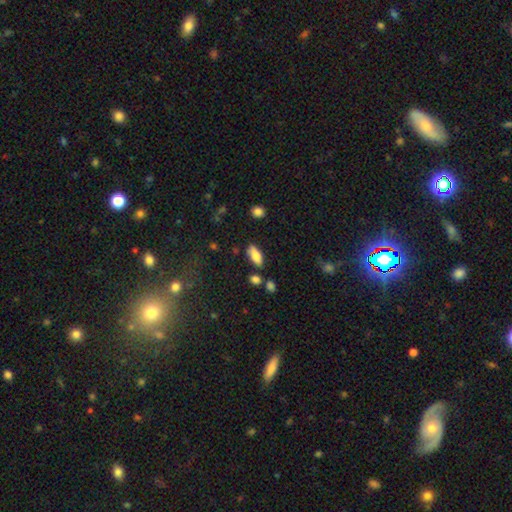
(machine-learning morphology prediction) The model was most divided on "merging": none: 77%, minor disturbance: 14%, merger: 6%, major disturbance: 3%. More confident: how rounded — in between (81%); smooth or featured — smooth (79%).